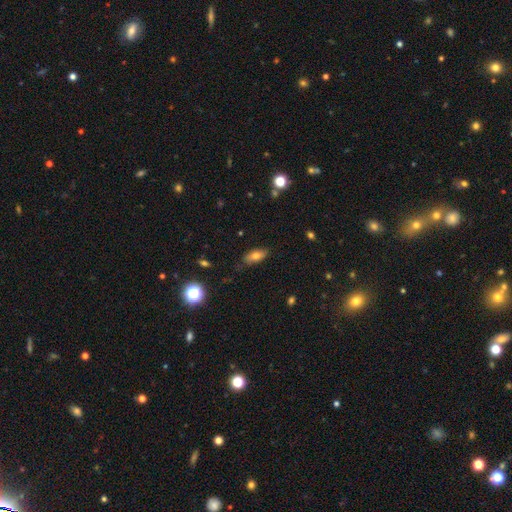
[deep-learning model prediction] This is likely a smooth galaxy (73%). How rounded: likely in between (79%). Merging: likely none (80%).